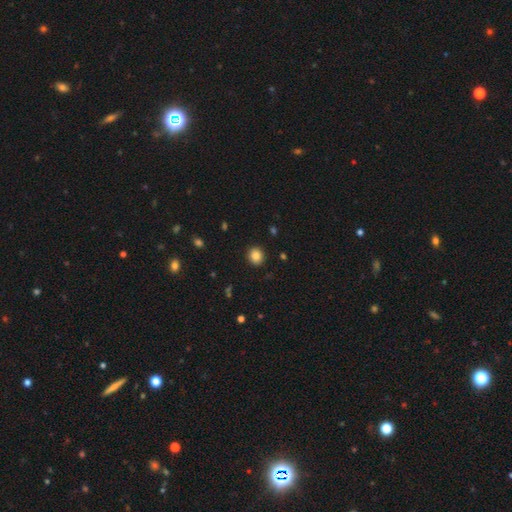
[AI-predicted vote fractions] smooth_or_featured: smooth (p=0.84) [alt: star or artifact p=0.10]
how_rounded: round (p=0.85) [alt: in between p=0.14]
merging: none (p=0.92) [alt: minor disturbance p=0.06]